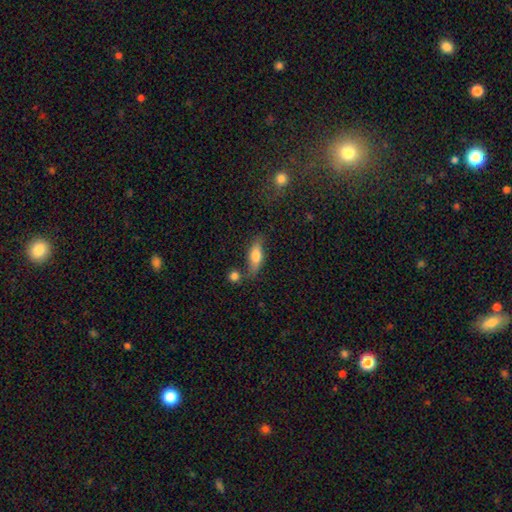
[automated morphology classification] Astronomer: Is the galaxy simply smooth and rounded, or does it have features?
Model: smooth — 67%.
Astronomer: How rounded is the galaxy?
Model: in between — 66%.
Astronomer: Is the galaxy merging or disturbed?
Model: none — 64%.